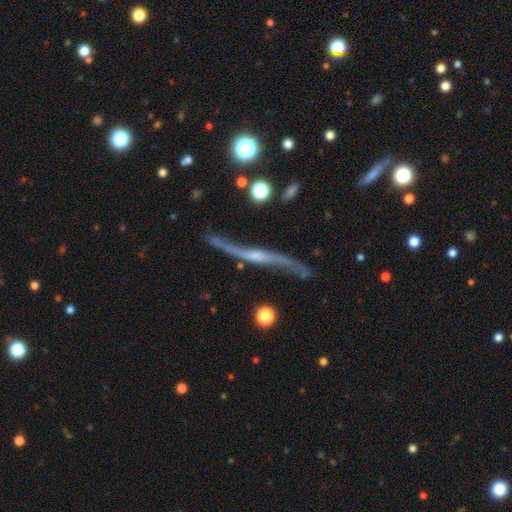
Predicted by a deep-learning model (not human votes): Smooth or featured: featured or disk — 86% (smooth — 7%)
Edge-on disk: yes — 57% (no — 43%)
Merging: none — 61% (minor disturbance — 21%)